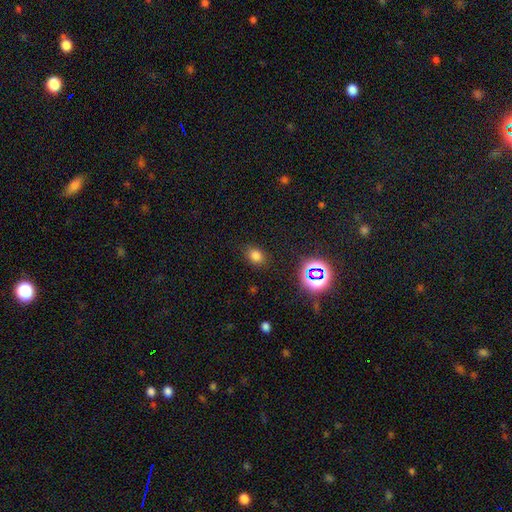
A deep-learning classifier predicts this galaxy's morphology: smooth-or-featured: smooth: 74% | star or artifact: 20% | featured or disk: 6%
  how-rounded: in between: 55% | round: 44% | cigar-shaped: 1%
  merging: none: 83% | minor disturbance: 12% | major disturbance: 4% | merger: 2%